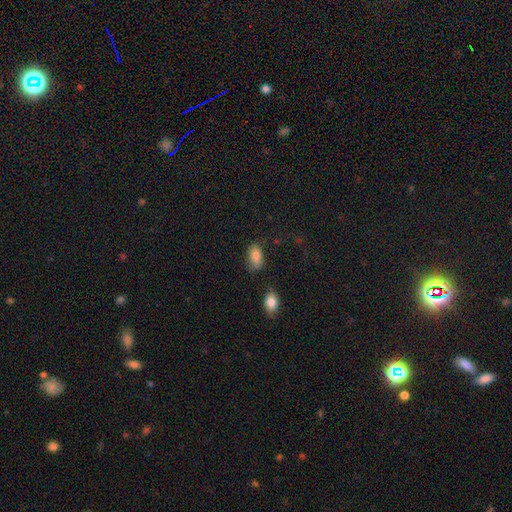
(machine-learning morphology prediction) smooth 84%, star or artifact 9%, featured or disk 7%. Down the decision tree: how rounded — in between (91%); merging — none (54%).